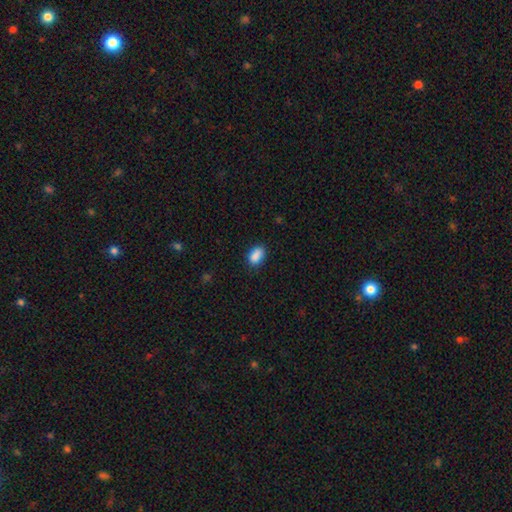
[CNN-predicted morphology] This appears to be a smooth galaxy with no disk features (88%) that is in between round and cigar-shaped (89%). Merging: none (80%).